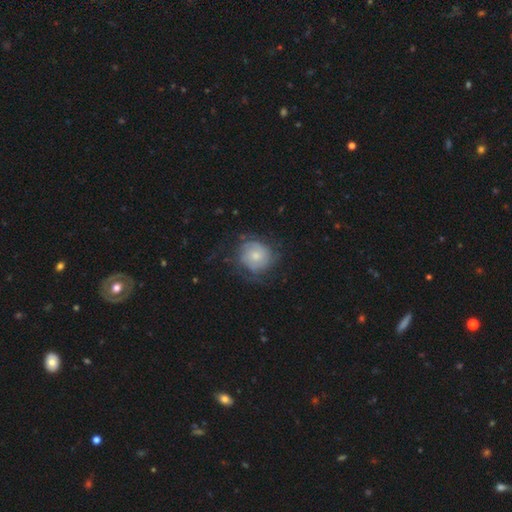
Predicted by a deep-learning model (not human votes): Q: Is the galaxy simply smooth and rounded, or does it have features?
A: featured or disk — 52%.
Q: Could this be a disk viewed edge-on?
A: no — 97%.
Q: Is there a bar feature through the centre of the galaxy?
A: no — 80%.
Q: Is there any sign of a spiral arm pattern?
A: yes — 77%.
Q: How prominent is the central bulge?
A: small — 49%.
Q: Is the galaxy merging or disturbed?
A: none — 59%.